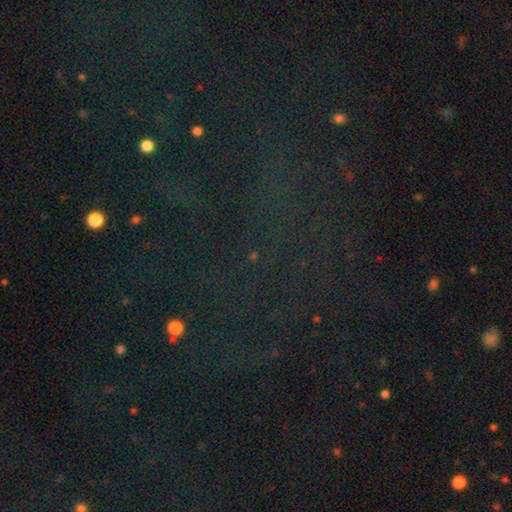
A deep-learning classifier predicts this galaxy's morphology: smooth-or-featured: star or artifact: 77% | smooth: 14% | featured or disk: 9%